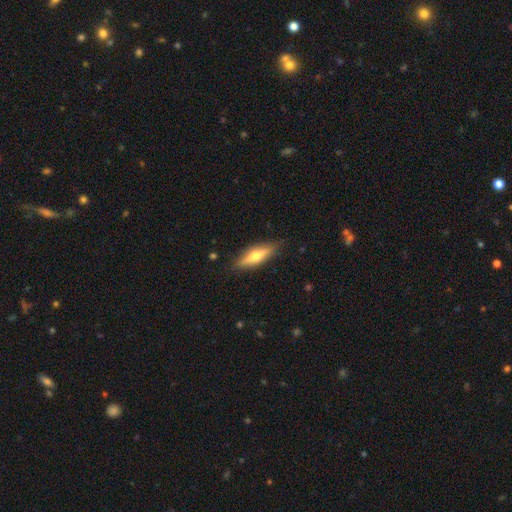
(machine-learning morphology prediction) A smooth galaxy with no disk features (50%).

Vote fractions:
- Smooth or featured? smooth: 50% / featured or disk: 44% / star or artifact: 6%
- Merging? none: 85% / minor disturbance: 11% / major disturbance: 2% / merger: 1%